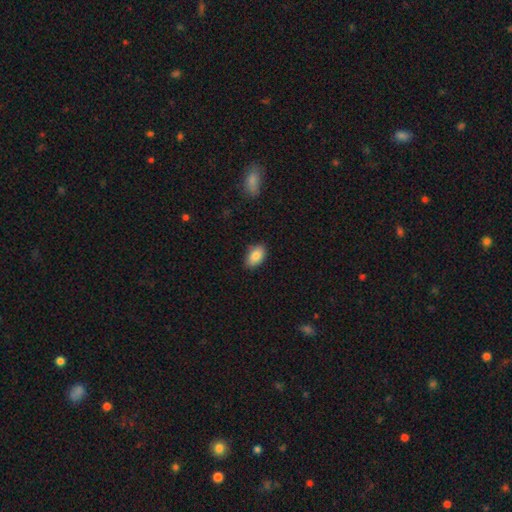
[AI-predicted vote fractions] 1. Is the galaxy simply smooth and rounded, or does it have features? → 86% smooth, 7% star or artifact, 7% featured or disk.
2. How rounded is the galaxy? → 92% in between, 7% round, 2% cigar-shaped.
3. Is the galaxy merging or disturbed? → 84% none, 12% minor disturbance, 2% major disturbance, 1% merger.